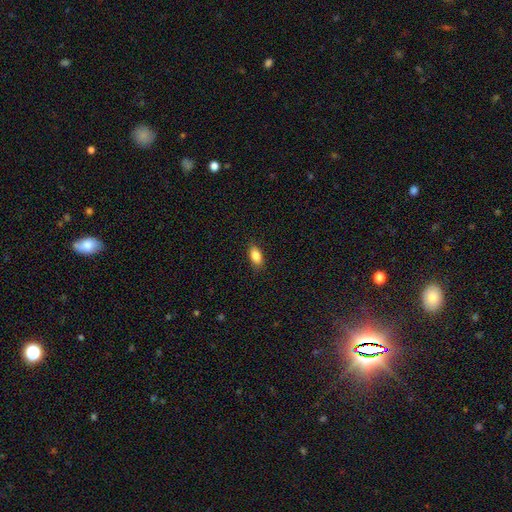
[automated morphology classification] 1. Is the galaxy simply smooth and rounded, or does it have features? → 86% smooth, 8% star or artifact, 6% featured or disk.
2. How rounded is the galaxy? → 89% in between, 6% cigar-shaped, 5% round.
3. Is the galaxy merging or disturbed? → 86% none, 10% minor disturbance, 2% major disturbance, 1% merger.